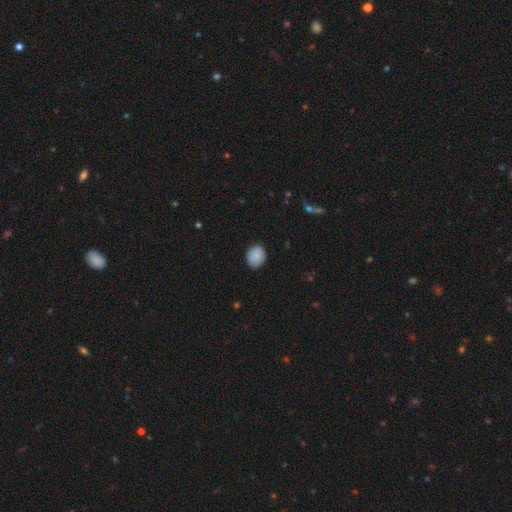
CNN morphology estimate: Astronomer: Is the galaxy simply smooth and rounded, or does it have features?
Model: smooth — 87%.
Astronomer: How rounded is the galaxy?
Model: round — 57% (runner-up: in between, 42%).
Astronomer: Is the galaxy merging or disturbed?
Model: none — 86%.